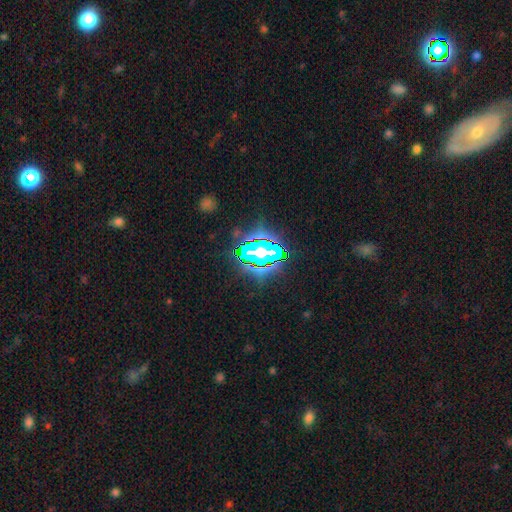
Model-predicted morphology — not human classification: A star or artifact, not a galaxy (79%).

Vote fractions:
- Smooth or featured? star or artifact: 79% / smooth: 13% / featured or disk: 9%